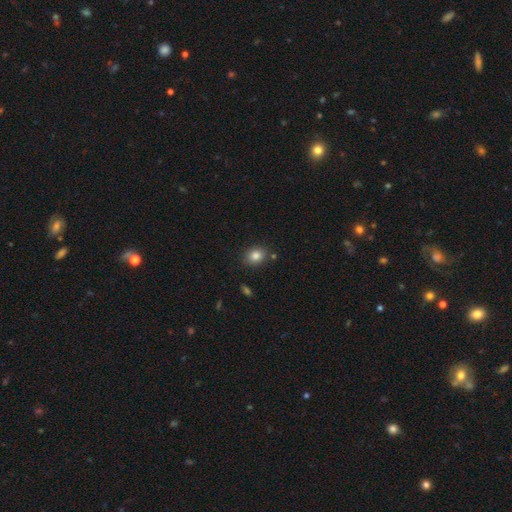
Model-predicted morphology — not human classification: Smooth or featured?
  - smooth: 83% *
  - star or artifact: 10%
  - featured or disk: 6%
How rounded?
  - round: 53% *
  - in between: 46%
  - cigar-shaped: 1%
Merging?
  - none: 83% *
  - minor disturbance: 11%
  - merger: 4%
  - major disturbance: 3%